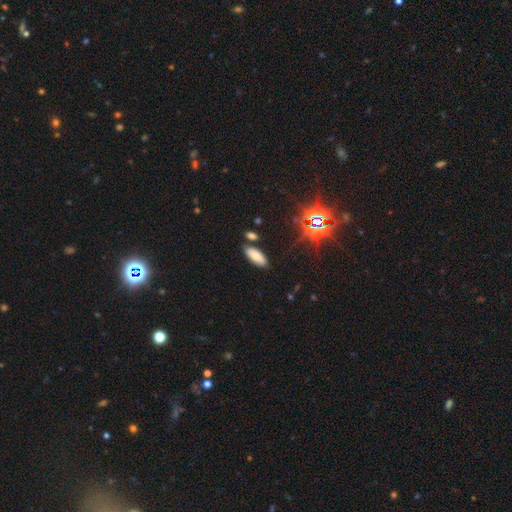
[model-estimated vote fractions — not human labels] smooth 77%, star or artifact 13%, featured or disk 9%. Down the decision tree: how rounded — in between (81%); merging — none (81%).